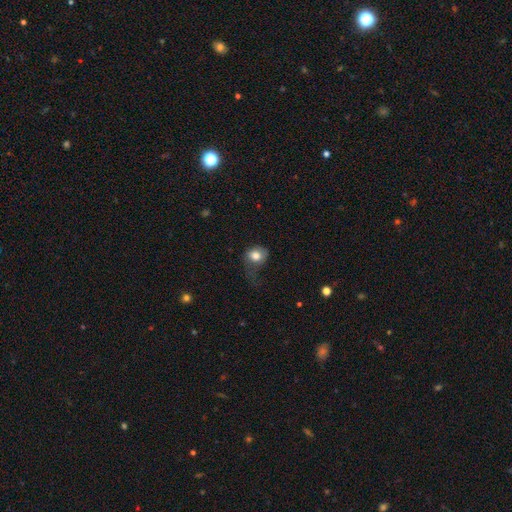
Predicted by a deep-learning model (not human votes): Smooth or featured: smooth — 77% (featured or disk — 14%)
How rounded: round — 64% (in between — 35%)
Merging: major disturbance — 38% (none — 32%)